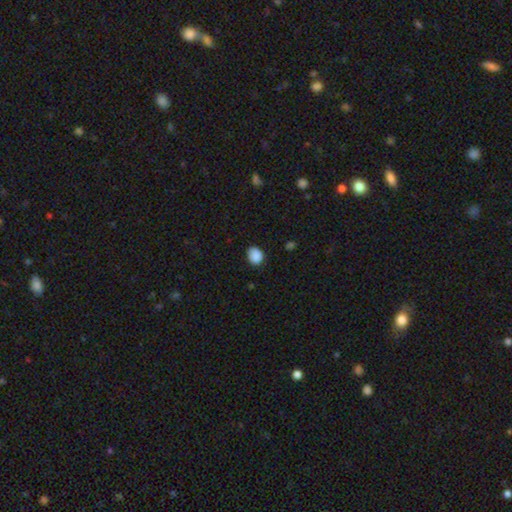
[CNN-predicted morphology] smooth-or-featured: smooth: 88% | star or artifact: 9% | featured or disk: 4%
  how-rounded: round: 52% | in between: 47% | cigar-shaped: 1%
  merging: none: 77% | minor disturbance: 18% | major disturbance: 3% | merger: 1%